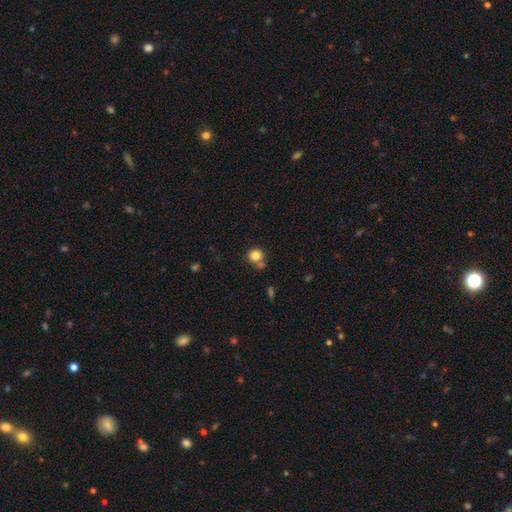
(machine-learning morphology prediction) This is clearly a smooth galaxy (83%). How rounded: clearly round (84%). Merging: possibly none (59%).